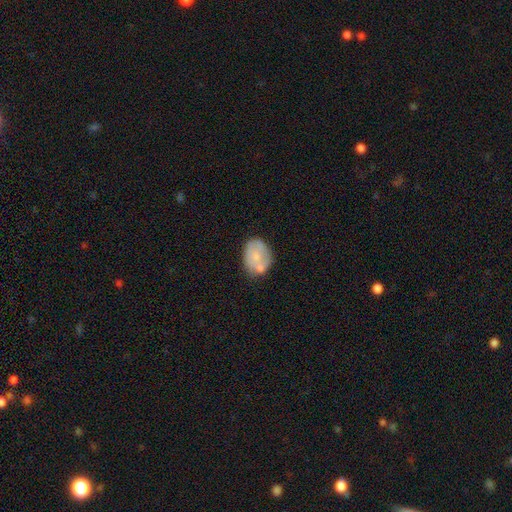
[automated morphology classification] Smooth or featured?
  - smooth: 59% *
  - featured or disk: 34%
  - star or artifact: 7%
How rounded?
  - in between: 72% *
  - round: 27%
  - cigar-shaped: 1%
Merging?
  - none: 46% *
  - minor disturbance: 26%
  - merger: 19%
  - major disturbance: 9%